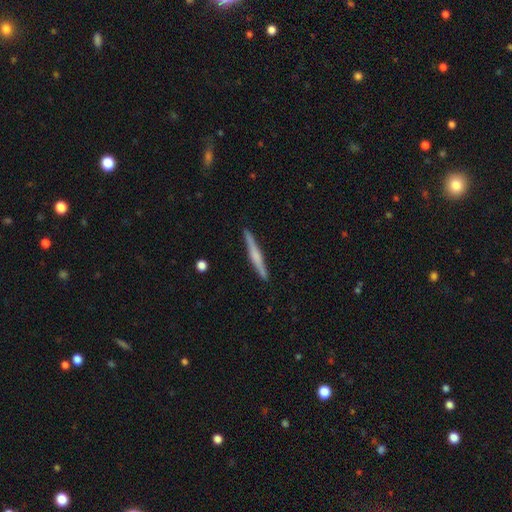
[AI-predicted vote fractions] Smooth or featured: featured or disk — 58% (smooth — 37%)
Edge-on disk: yes — 98% (no — 2%)
Edge-on bulge: rounded — 57% (none — 28%)
Merging: none — 91% (minor disturbance — 6%)